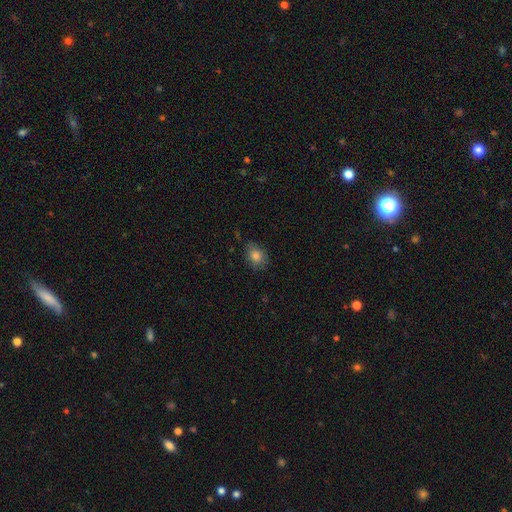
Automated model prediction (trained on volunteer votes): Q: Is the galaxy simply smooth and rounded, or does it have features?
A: smooth — 81%.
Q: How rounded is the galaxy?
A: in between — 54%.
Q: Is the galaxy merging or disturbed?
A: none — 75%.